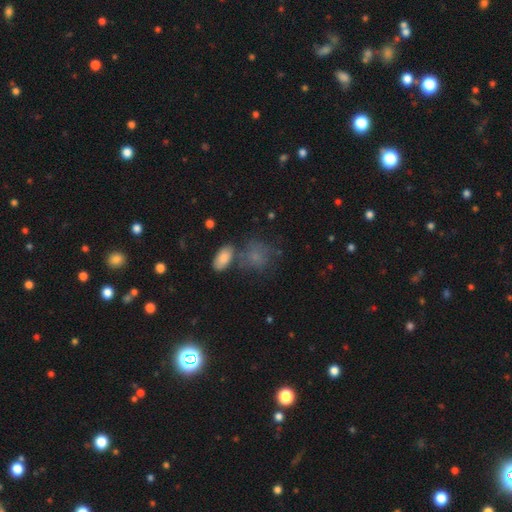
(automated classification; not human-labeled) Smooth or featured?
  - smooth: 71% *
  - featured or disk: 15%
  - star or artifact: 14%
How rounded?
  - round: 57% *
  - in between: 41%
  - cigar-shaped: 2%
Merging?
  - none: 48% *
  - merger: 21%
  - minor disturbance: 19%
  - major disturbance: 11%